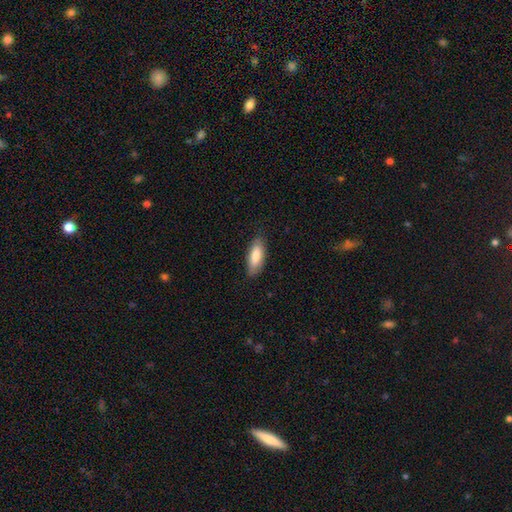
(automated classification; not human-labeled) Smooth or featured?
  - smooth: 83% *
  - featured or disk: 11%
  - star or artifact: 6%
How rounded?
  - in between: 75% *
  - cigar-shaped: 23%
  - round: 2%
Merging?
  - none: 81% *
  - minor disturbance: 15%
  - major disturbance: 3%
  - merger: 1%